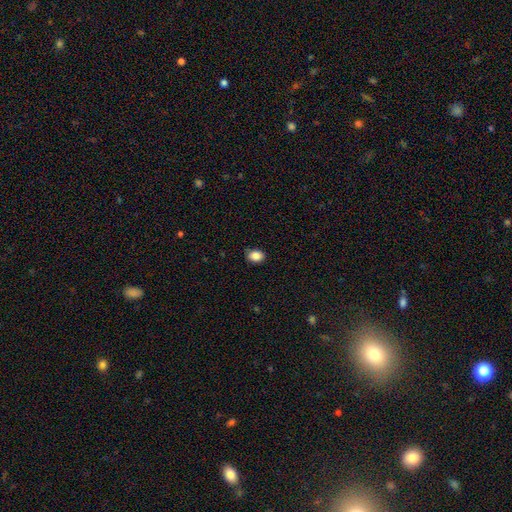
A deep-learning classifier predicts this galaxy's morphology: Smooth or featured?
  - smooth: 87% *
  - star or artifact: 9%
  - featured or disk: 4%
How rounded?
  - in between: 64% *
  - round: 35%
  - cigar-shaped: 1%
Merging?
  - none: 79% *
  - minor disturbance: 17%
  - major disturbance: 3%
  - merger: 1%